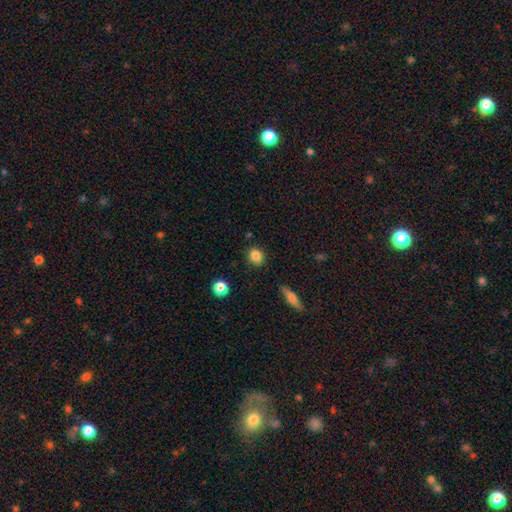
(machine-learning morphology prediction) smooth 85%, star or artifact 9%, featured or disk 6%. Down the decision tree: how rounded — round (66%); merging — none (86%).